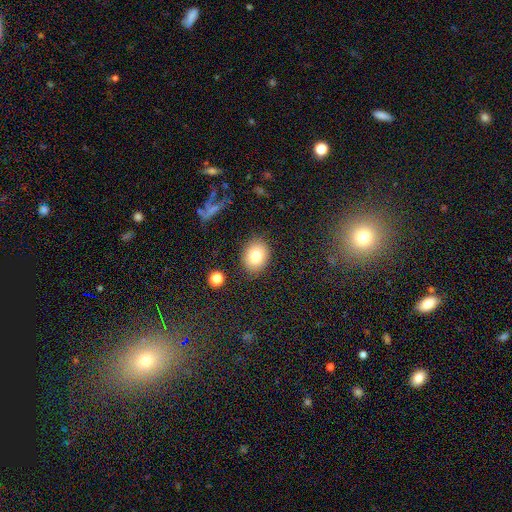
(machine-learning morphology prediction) The model was most divided on "how rounded": in between: 52%, round: 47%, cigar-shaped: 1%. More confident: merging — none (84%); smooth or featured — smooth (82%).